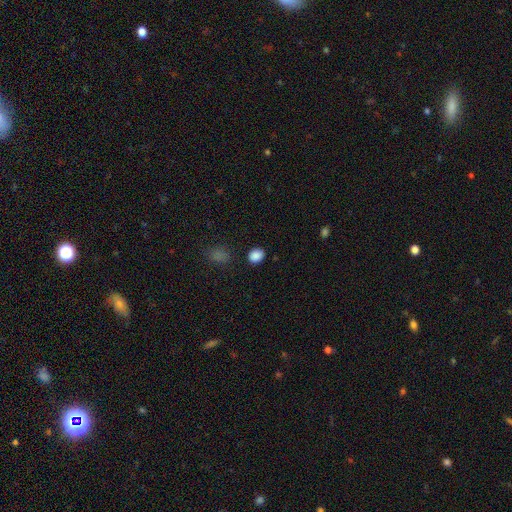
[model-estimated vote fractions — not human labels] smooth_or_featured: smooth (p=0.86) [alt: star or artifact p=0.10]
how_rounded: round (p=0.54) [alt: in between p=0.45]
merging: none (p=0.87) [alt: minor disturbance p=0.08]